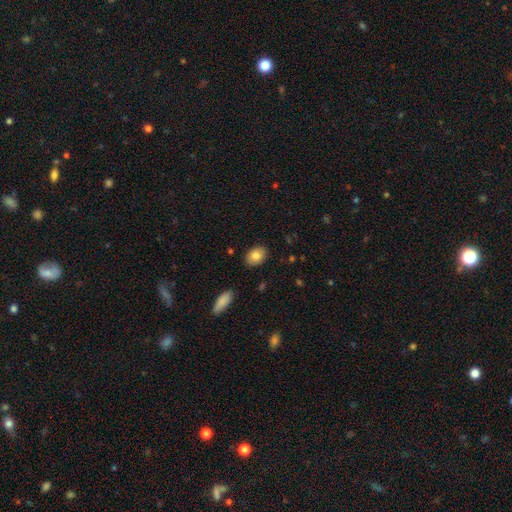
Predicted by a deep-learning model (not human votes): The model was most divided on "how rounded": in between: 78%, round: 21%, cigar-shaped: 1%. More confident: merging — none (88%); smooth or featured — smooth (83%).